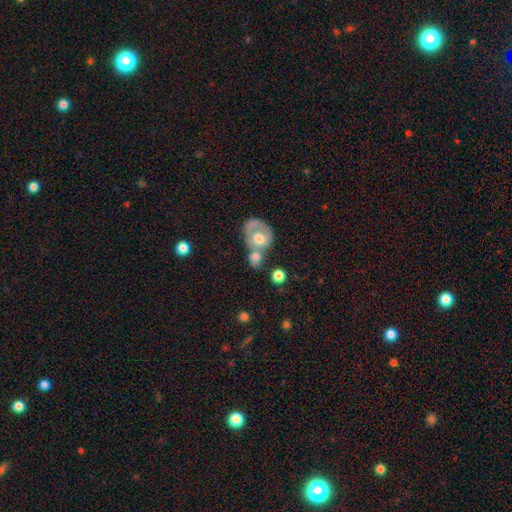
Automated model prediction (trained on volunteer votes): Smooth or featured? smooth (51%)
How rounded? round (54%)
Merging? merger (54%)